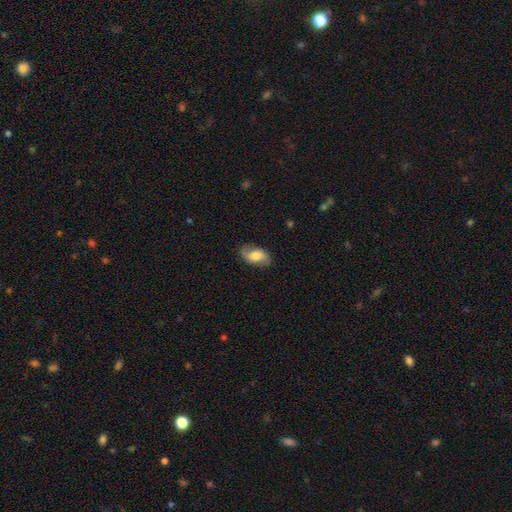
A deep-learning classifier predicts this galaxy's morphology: type=smooth (48%); merging=none (78%).